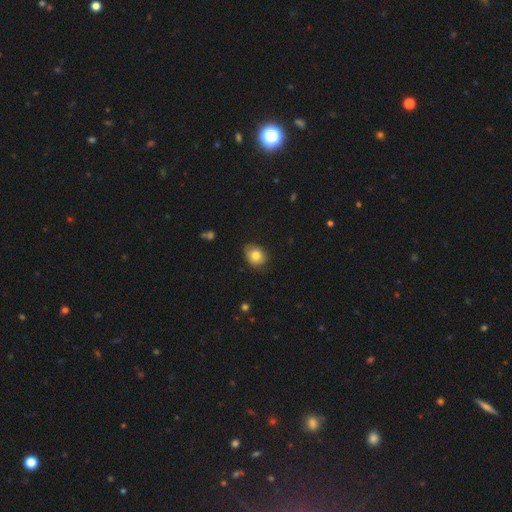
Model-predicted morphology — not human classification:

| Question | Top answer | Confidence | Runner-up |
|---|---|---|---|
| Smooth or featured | smooth | 79% | featured or disk (12%) |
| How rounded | in between | 52% | round (47%) |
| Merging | none | 71% | minor disturbance (23%) |